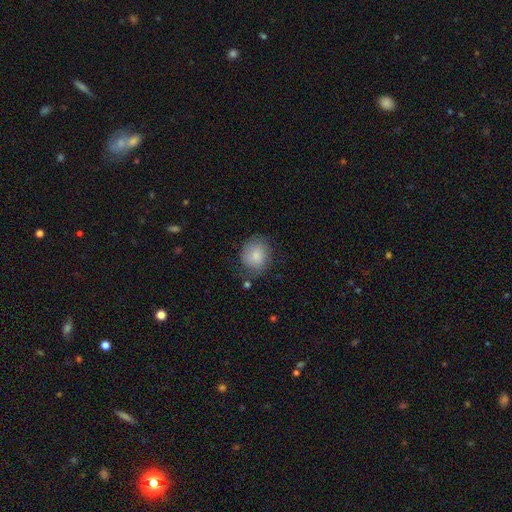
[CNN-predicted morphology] A smooth galaxy with no disk features (83%) that is round (69%). Merging: none (67%).